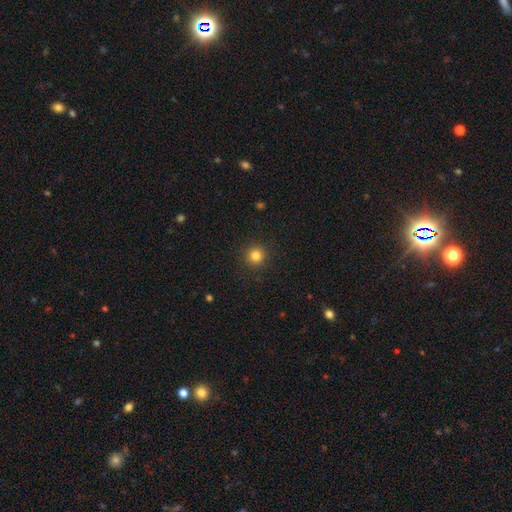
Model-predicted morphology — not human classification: A smooth galaxy with no disk features (82%) that is round (95%). Merging: none (92%).